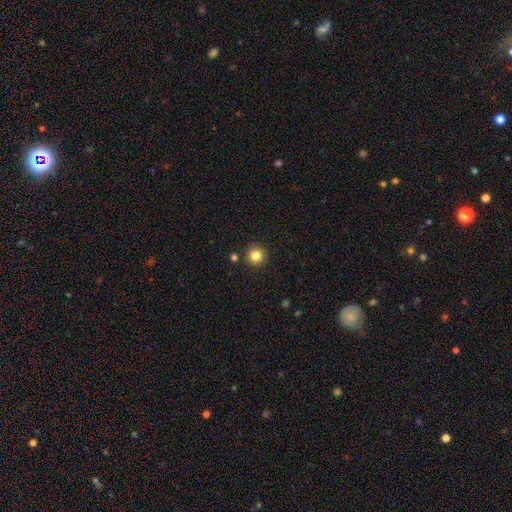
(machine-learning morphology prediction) Smooth or featured? Predicted: smooth (p=0.83). How rounded? Predicted: round (p=0.95). Merging? Predicted: none (p=0.90).